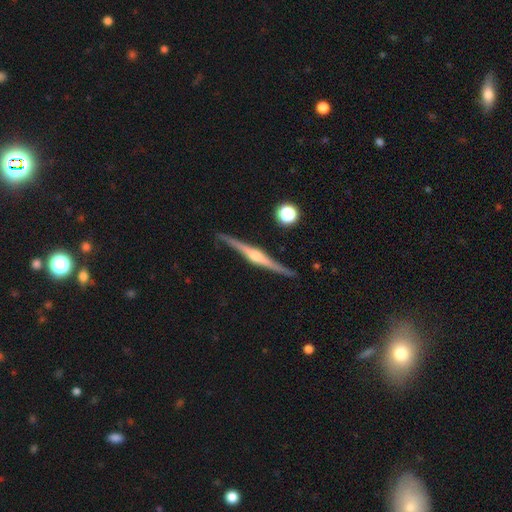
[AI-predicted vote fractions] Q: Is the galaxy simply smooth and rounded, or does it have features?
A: featured or disk — 86%.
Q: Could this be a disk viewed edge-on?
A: yes — 98%.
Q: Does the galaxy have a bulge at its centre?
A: rounded — 91%.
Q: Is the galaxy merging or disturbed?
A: none — 88%.